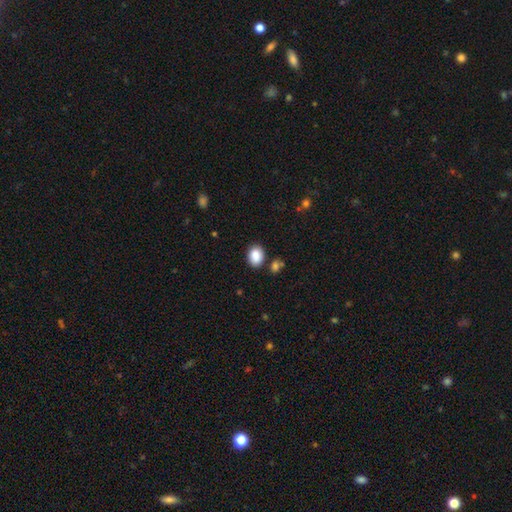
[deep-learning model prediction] smooth 88%, star or artifact 8%, featured or disk 5%. Down the decision tree: how rounded — in between (64%); merging — none (80%).